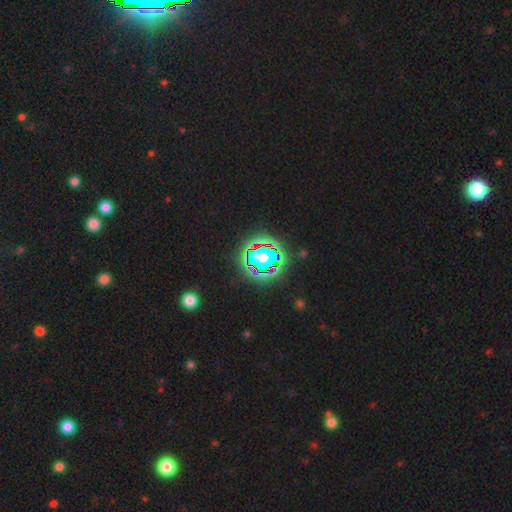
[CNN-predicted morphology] type=star or artifact (57%).